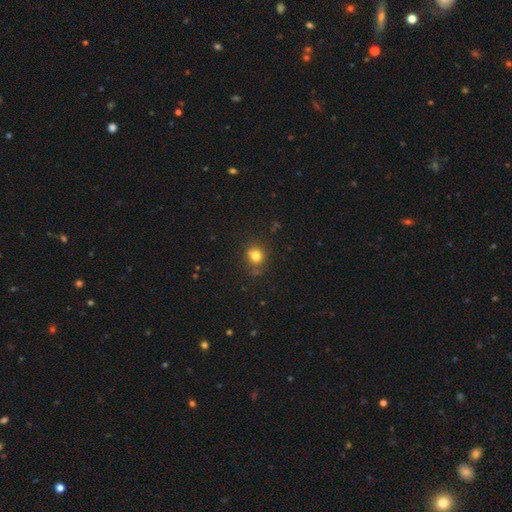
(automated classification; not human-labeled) The model was most divided on "how rounded": round: 79%, in between: 20%, cigar-shaped: 1%. More confident: smooth or featured — smooth (79%); merging — none (75%).